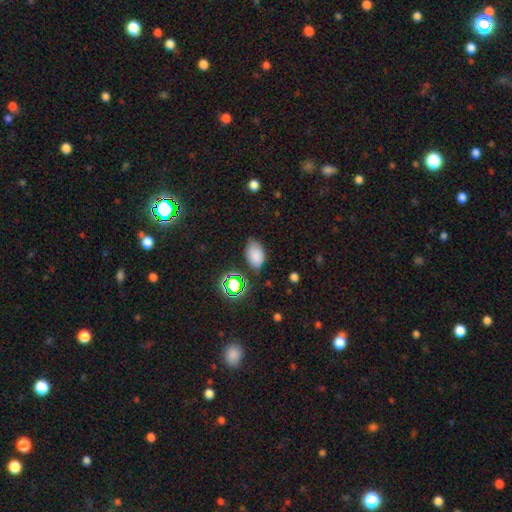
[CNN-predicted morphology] Smooth or featured? Predicted: smooth (p=0.77). How rounded? Predicted: in between (p=0.86). Merging? Predicted: none (p=0.71).